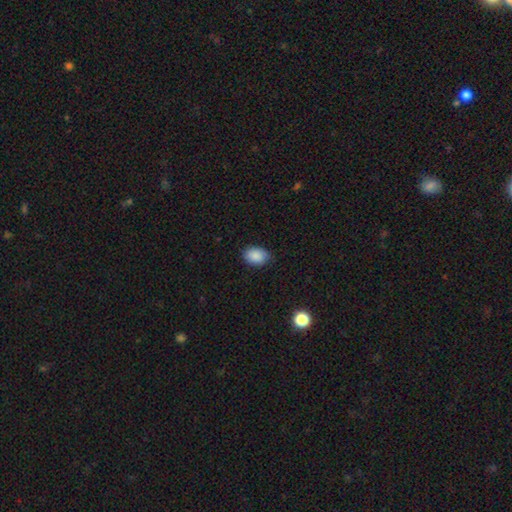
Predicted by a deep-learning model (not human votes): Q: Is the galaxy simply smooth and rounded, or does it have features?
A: smooth — 88%.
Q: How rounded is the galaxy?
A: in between — 80%.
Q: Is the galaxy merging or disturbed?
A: none — 82%.